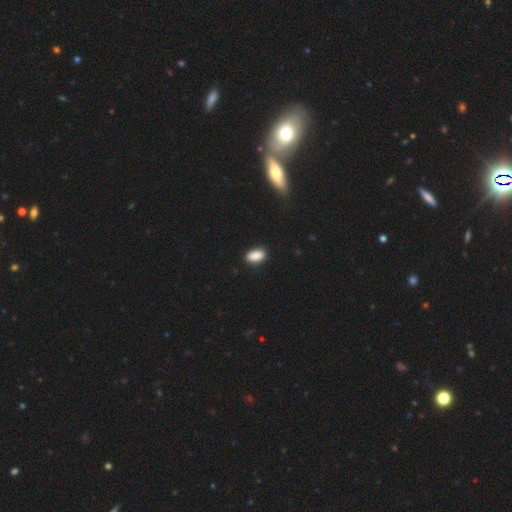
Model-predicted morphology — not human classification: This appears to be a smooth galaxy with no disk features (89%) that is in between round and cigar-shaped (89%). Merging: none (88%).